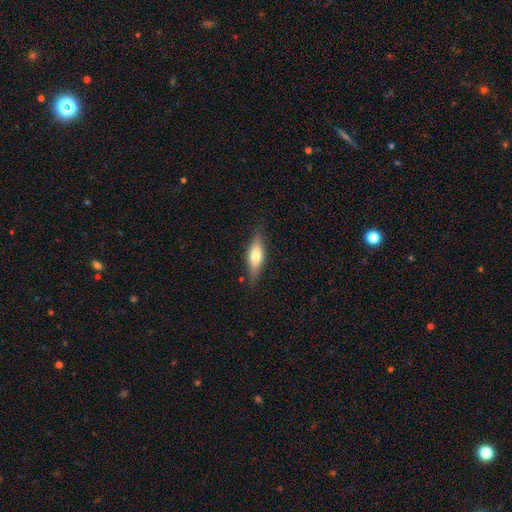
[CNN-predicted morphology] smooth_or_featured: smooth (p=0.55) [alt: featured or disk p=0.39]
how_rounded: in between (p=0.51) [alt: cigar-shaped p=0.47]
merging: none (p=0.82) [alt: minor disturbance p=0.14]